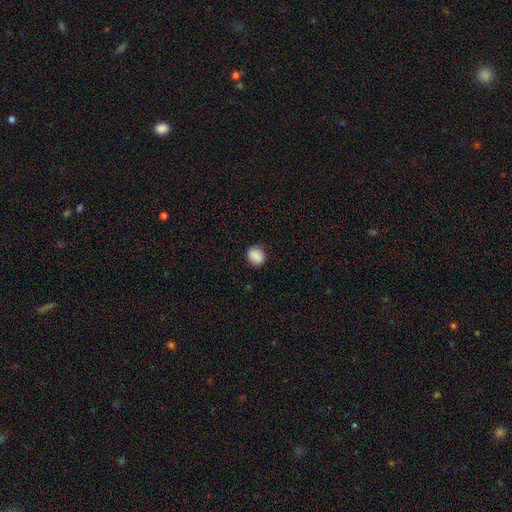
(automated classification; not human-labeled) A smooth galaxy with no disk features (87%) that is round (67%).

Vote fractions:
- Smooth or featured? smooth: 87% / star or artifact: 8% / featured or disk: 5%
- How rounded? round: 67% / in between: 32% / cigar-shaped: 1%
- Merging? none: 85% / minor disturbance: 12% / major disturbance: 3% / merger: 1%